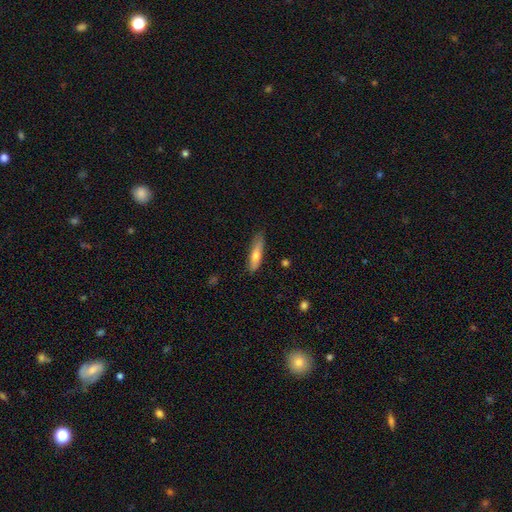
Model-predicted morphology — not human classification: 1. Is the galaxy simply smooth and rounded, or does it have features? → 63% smooth, 30% featured or disk, 7% star or artifact.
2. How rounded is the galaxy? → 74% cigar-shaped, 24% in between, 2% round.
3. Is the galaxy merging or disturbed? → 80% none, 16% minor disturbance, 3% major disturbance, 1% merger.